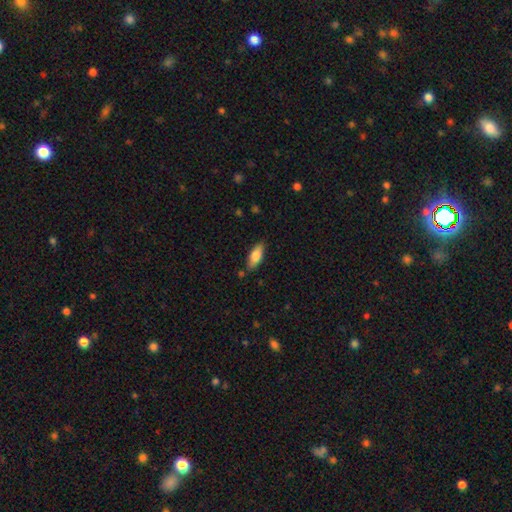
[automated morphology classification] smooth-or-featured: smooth: 79% | featured or disk: 15% | star or artifact: 6%
  how-rounded: in between: 74% | cigar-shaped: 24% | round: 2%
  merging: none: 81% | minor disturbance: 14% | merger: 3% | major disturbance: 3%